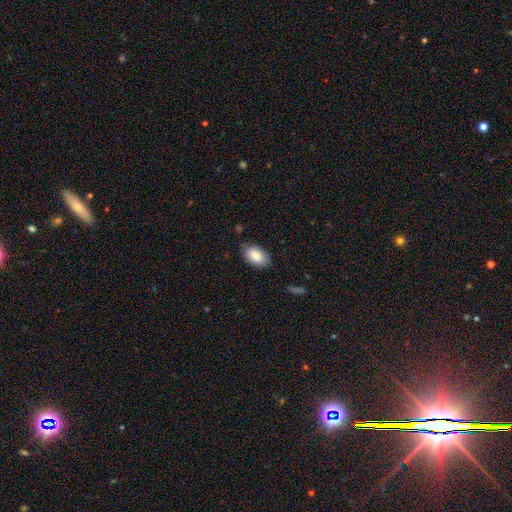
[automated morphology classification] A smooth galaxy with no disk features (86%) that is in between round and cigar-shaped (93%). Merging: none (79%).